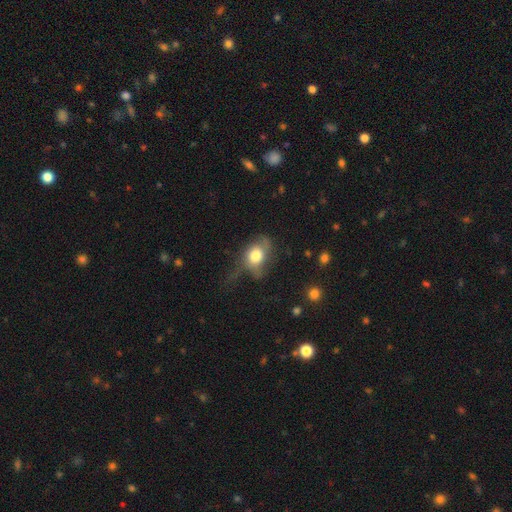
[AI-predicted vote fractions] Smooth or featured: smooth — 64% (featured or disk — 27%)
How rounded: in between — 61% (round — 37%)
Merging: none — 34% (tied with major disturbance — 34%)